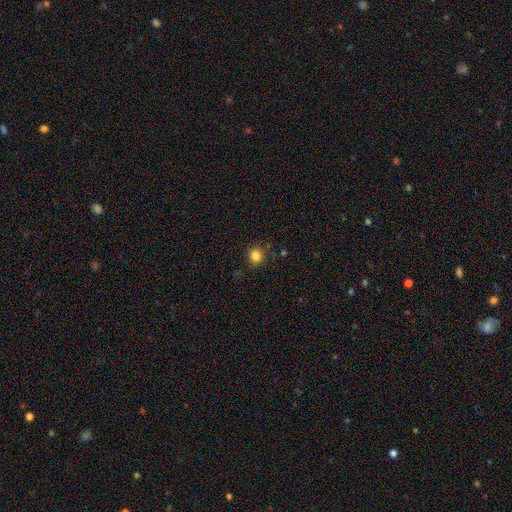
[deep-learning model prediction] The model was most divided on "how rounded": round: 72%, in between: 27%, cigar-shaped: 1%. More confident: merging — none (86%); smooth or featured — smooth (83%).